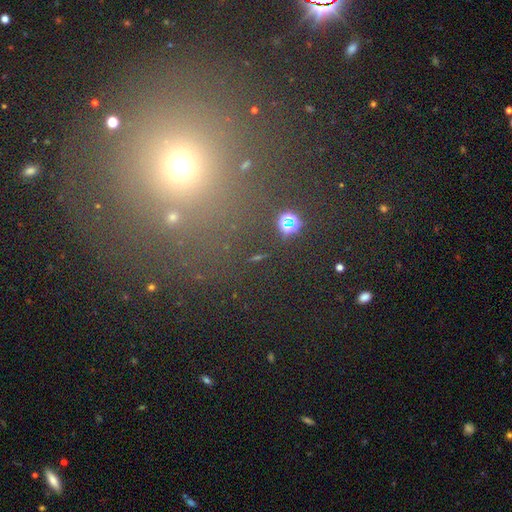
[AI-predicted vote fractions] Morphology: type=smooth (51%); roundness=round (92%); merging=none (84%).